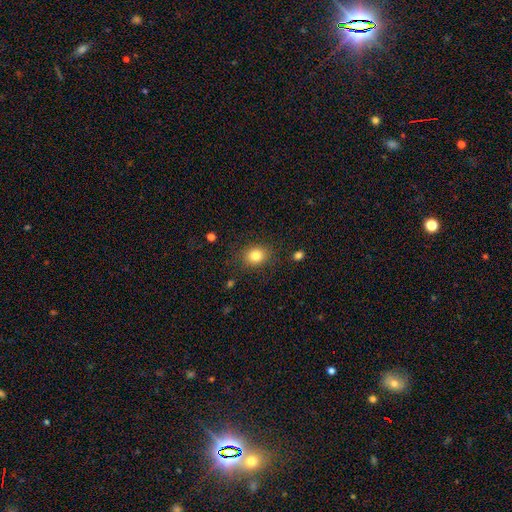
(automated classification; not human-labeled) smooth_or_featured: smooth (p=0.83) [alt: star or artifact p=0.11]
how_rounded: round (p=0.63) [alt: in between p=0.36]
merging: none (p=0.85) [alt: minor disturbance p=0.10]